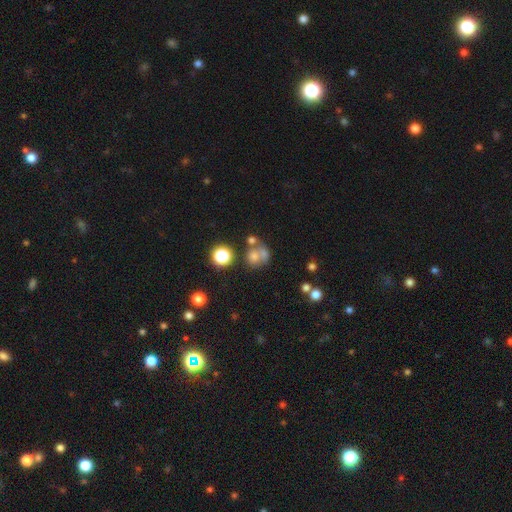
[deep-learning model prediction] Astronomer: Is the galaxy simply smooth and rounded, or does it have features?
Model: smooth — 64%.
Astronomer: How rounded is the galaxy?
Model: round — 79%.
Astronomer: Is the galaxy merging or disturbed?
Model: merger — 41% (runner-up: none, 39%).